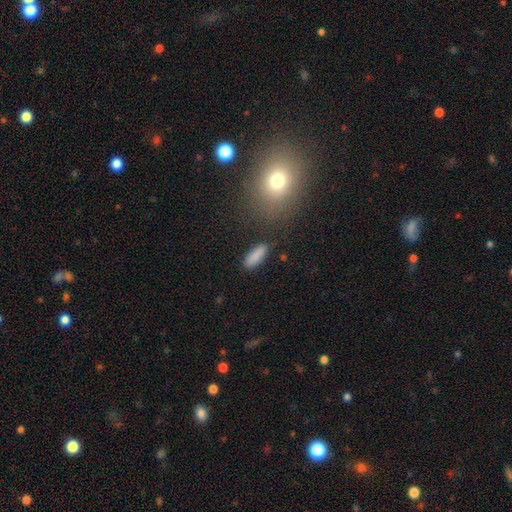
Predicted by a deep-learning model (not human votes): Q: Smooth or featured?
A: smooth (87%); runner-up: star or artifact (7%)
Q: How rounded?
A: in between (60%); runner-up: cigar-shaped (38%)
Q: Merging?
A: none (85%); runner-up: minor disturbance (10%)